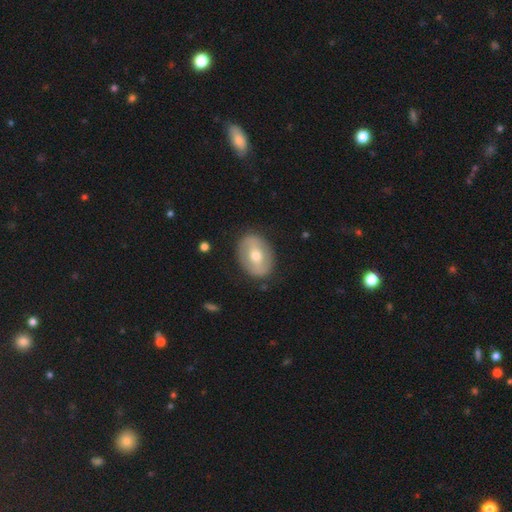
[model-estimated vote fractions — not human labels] Overall: featured or disk (53%; smooth 41%). Edge-on disk: no (92%). Merging: none (84%).